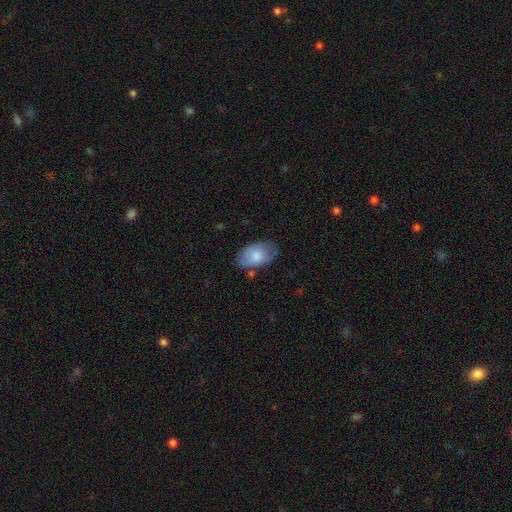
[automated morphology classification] Q: Smooth or featured?
A: smooth (77%); runner-up: featured or disk (17%)
Q: How rounded?
A: in between (91%); runner-up: round (7%)
Q: Merging?
A: none (65%); runner-up: minor disturbance (25%)